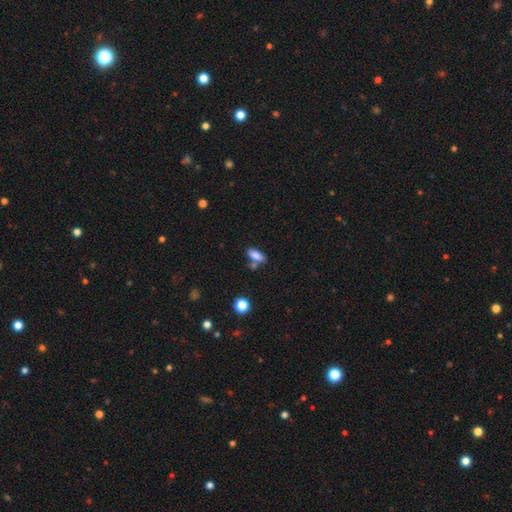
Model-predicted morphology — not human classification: Q: Smooth or featured?
A: smooth (83%); runner-up: star or artifact (9%)
Q: How rounded?
A: in between (78%); runner-up: cigar-shaped (18%)
Q: Merging?
A: none (59%); runner-up: merger (21%)